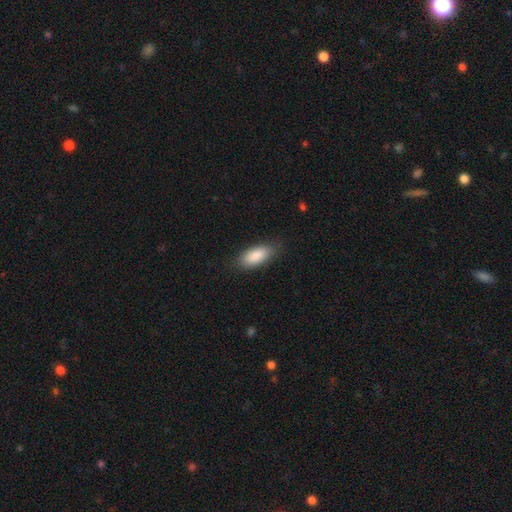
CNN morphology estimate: Smooth or featured: smooth — 88% (star or artifact — 6%)
How rounded: in between — 84% (cigar-shaped — 14%)
Merging: none — 82% (minor disturbance — 14%)